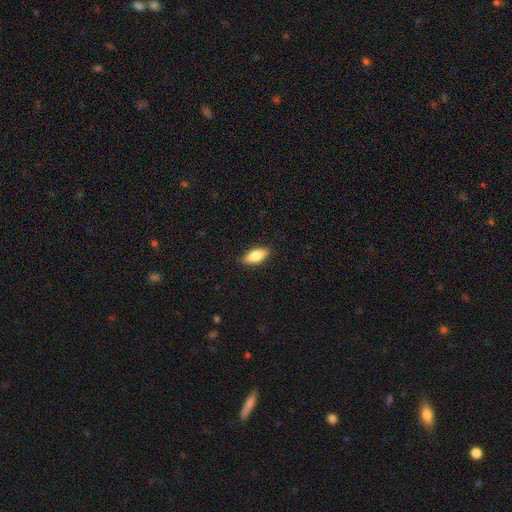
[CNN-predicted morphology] This appears to be a smooth galaxy with no disk features (79%) that is in between round and cigar-shaped (84%). Merging: none (89%).